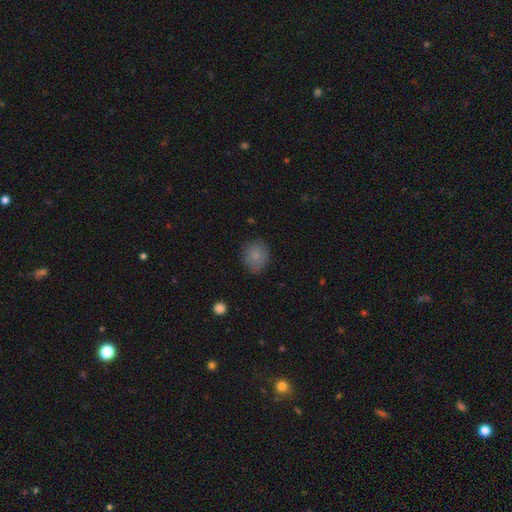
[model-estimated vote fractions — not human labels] This is clearly a smooth galaxy (83%). How rounded: likely round (73%). Merging: likely none (78%).